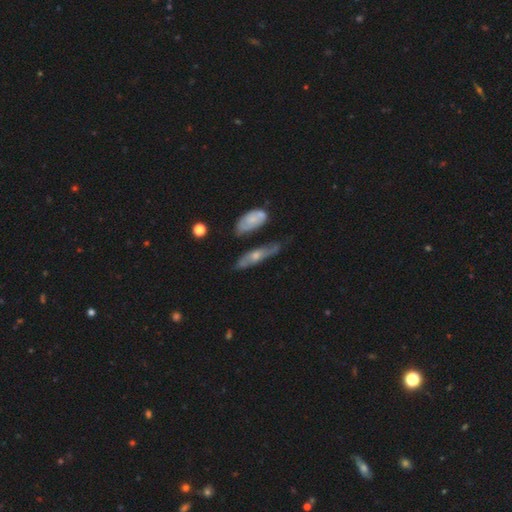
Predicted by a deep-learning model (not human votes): Smooth or featured? featured or disk (56%)
Edge-on disk? yes (61%)
Merging? none (60%)